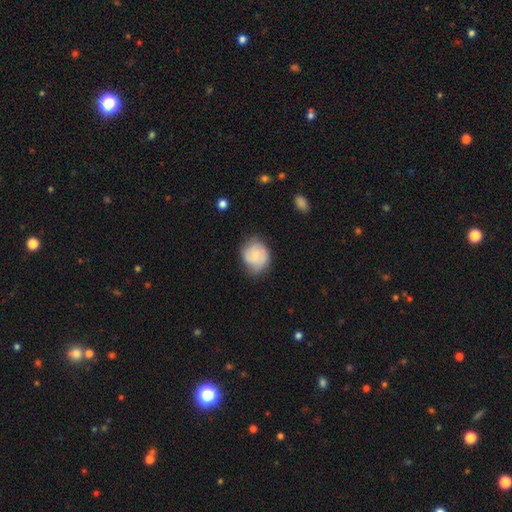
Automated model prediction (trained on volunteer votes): Q: Smooth or featured?
A: smooth (56%); runner-up: featured or disk (37%)
Q: How rounded?
A: round (67%); runner-up: in between (32%)
Q: Merging?
A: none (61%); runner-up: minor disturbance (29%)